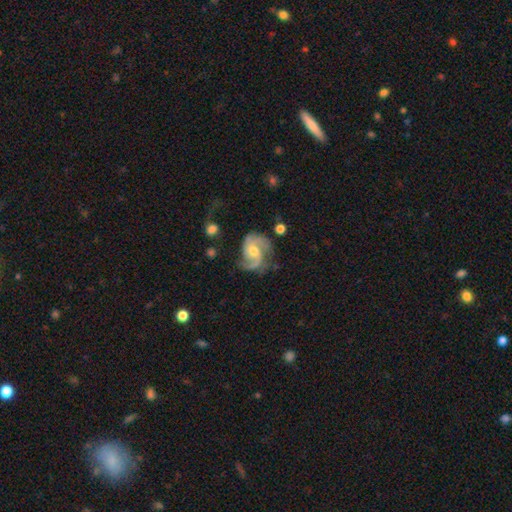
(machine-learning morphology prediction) This is clearly a featured or disk galaxy (86%). It is clearly not viewed edge-on (98%). Bar: possibly no (59%). Spiral arm pattern: clearly yes (97%). Spiral arm count: likely 2 (68%). Spiral winding: possibly medium (50%). Central bulge: likely moderate (60%). Merging: likely none (64%).